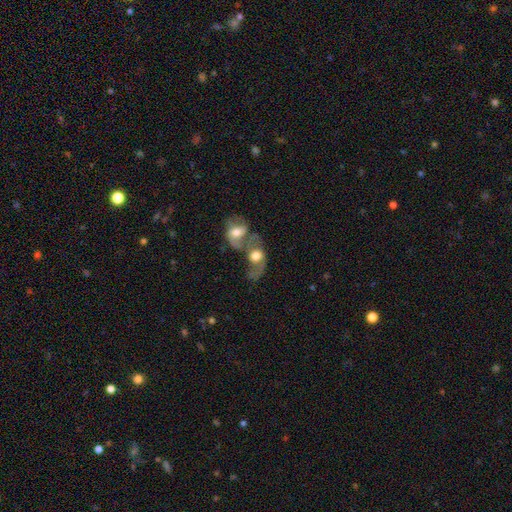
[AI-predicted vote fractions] smooth-or-featured: featured or disk: 48% | smooth: 43% | star or artifact: 8%
  merging: merger: 70% | none: 13% | major disturbance: 10% | minor disturbance: 6%